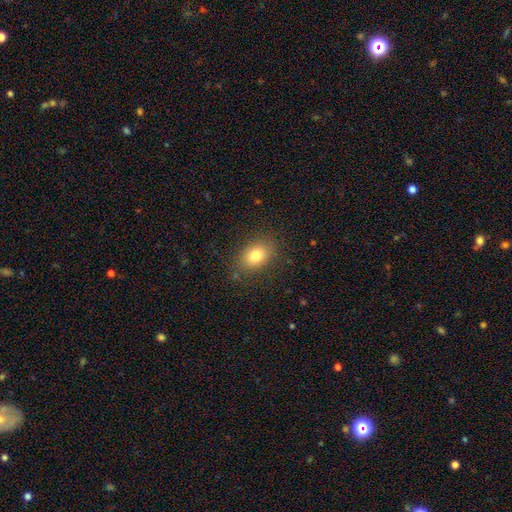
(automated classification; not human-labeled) Smooth or featured: smooth — 79% (star or artifact — 10%)
How rounded: in between — 73% (round — 25%)
Merging: none — 84% (minor disturbance — 11%)